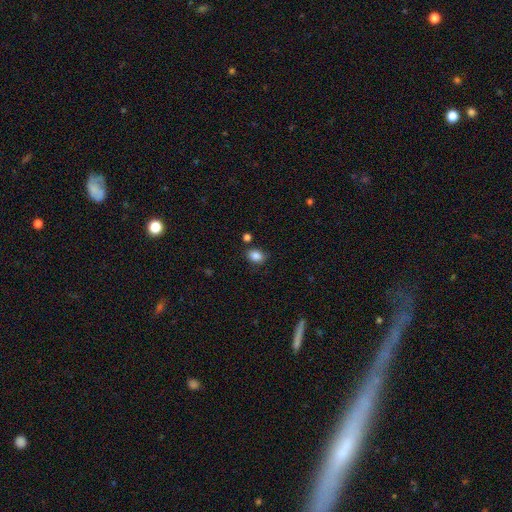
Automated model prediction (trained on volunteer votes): Overall: smooth (86%). How rounded: in between (62%; round 37%). Merging: none (77%).